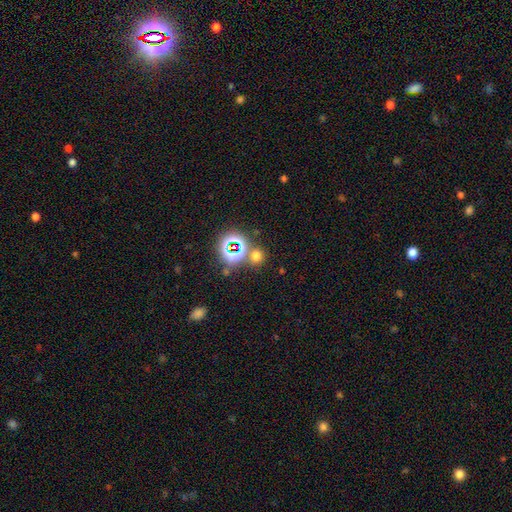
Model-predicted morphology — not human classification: type=smooth (59%); roundness=round (83%); merging=none (73%).